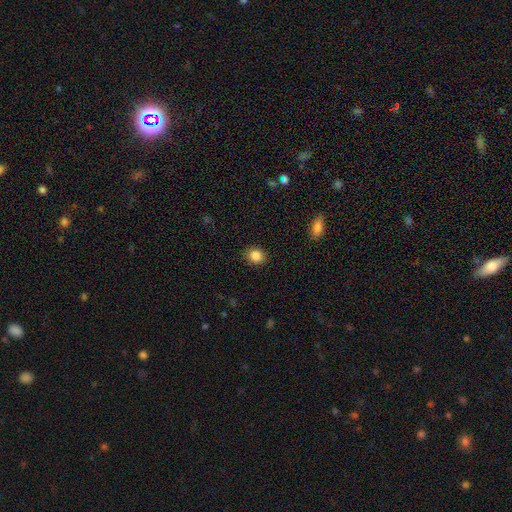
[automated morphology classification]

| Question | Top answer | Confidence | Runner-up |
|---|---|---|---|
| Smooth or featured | smooth | 86% | star or artifact (10%) |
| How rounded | round | 71% | in between (28%) |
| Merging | none | 90% | minor disturbance (7%) |